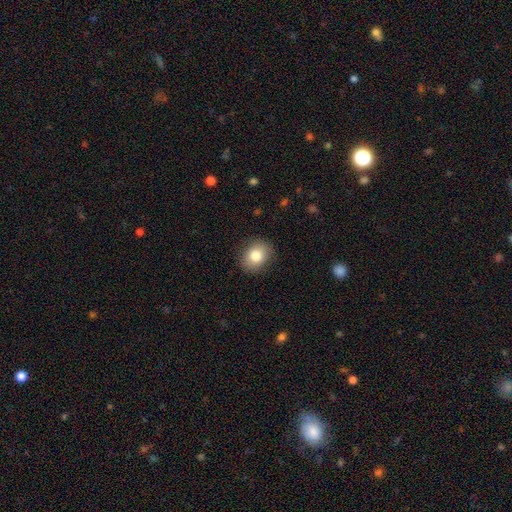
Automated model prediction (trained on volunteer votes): A smooth galaxy with no disk features (83%) that is in between round and cigar-shaped (50%).

Vote fractions:
- Smooth or featured? smooth: 83% / star or artifact: 9% / featured or disk: 8%
- How rounded? in between: 50% / round: 49% / cigar-shaped: 1%
- Merging? none: 88% / minor disturbance: 9% / major disturbance: 2% / merger: 1%